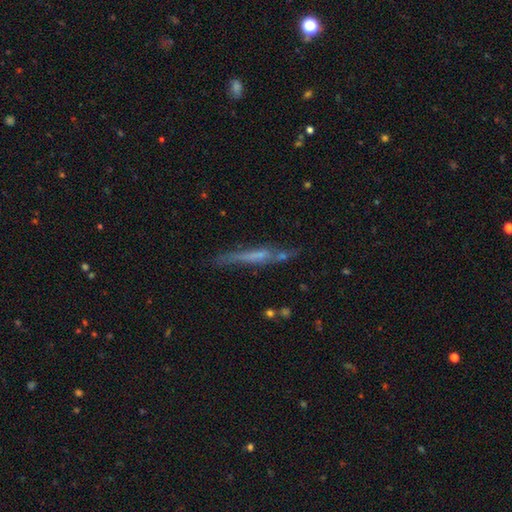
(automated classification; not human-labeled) A featured or disk galaxy (52%) viewed edge-on (86%). Merging: none (66%).